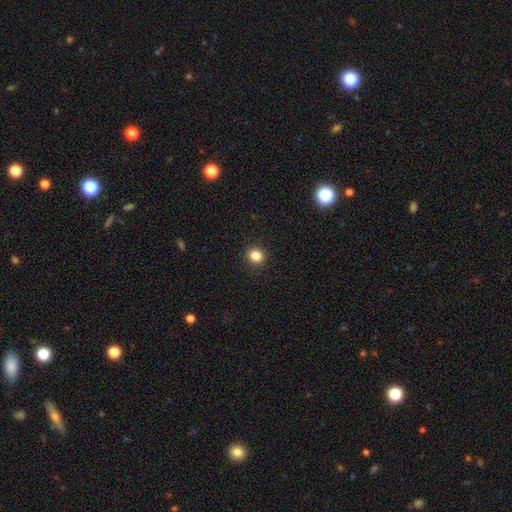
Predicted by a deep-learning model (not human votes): Q: Smooth or featured?
A: smooth (84%); runner-up: star or artifact (12%)
Q: How rounded?
A: round (84%); runner-up: in between (15%)
Q: Merging?
A: none (92%); runner-up: minor disturbance (5%)